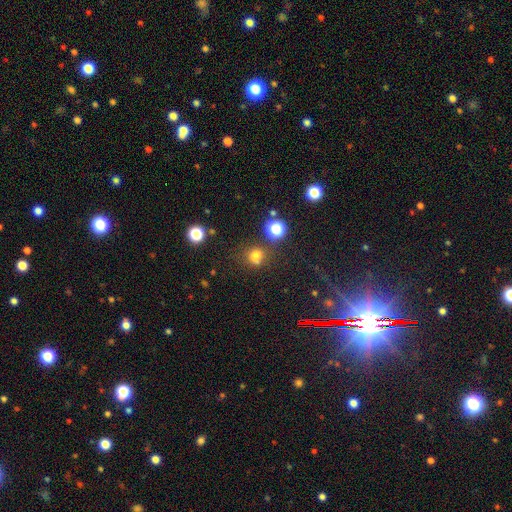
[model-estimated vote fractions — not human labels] The model was most divided on "smooth or featured": smooth: 67%, star or artifact: 24%, featured or disk: 9%. More confident: how rounded — round (83%); merging — none (62%).